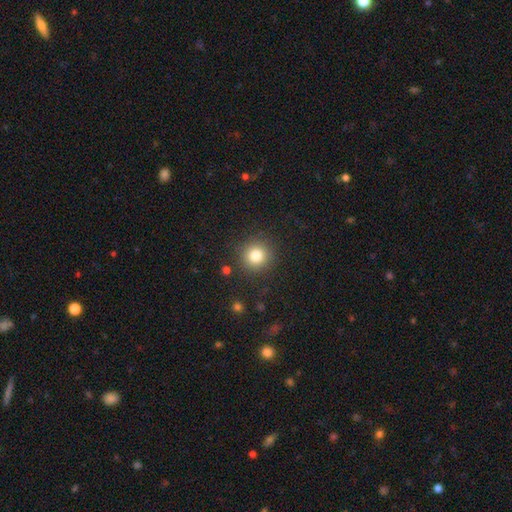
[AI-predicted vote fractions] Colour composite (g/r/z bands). It shows a smooth galaxy with no disk features (81%) that is round (93%). Merging: none (88%).